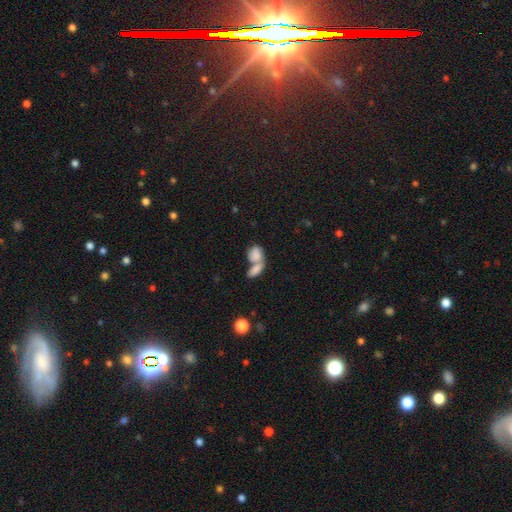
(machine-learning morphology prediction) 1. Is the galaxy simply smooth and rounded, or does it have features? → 80% smooth, 13% featured or disk, 7% star or artifact.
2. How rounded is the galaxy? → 77% in between, 20% round, 3% cigar-shaped.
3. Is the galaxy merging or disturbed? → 71% merger, 19% none, 6% minor disturbance, 4% major disturbance.